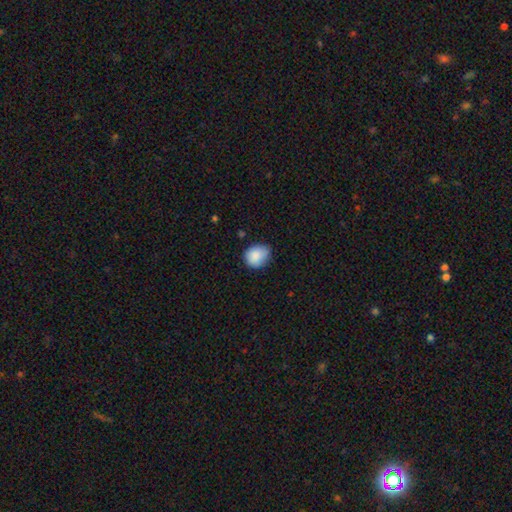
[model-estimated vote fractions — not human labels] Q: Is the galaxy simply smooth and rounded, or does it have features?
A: smooth — 87%.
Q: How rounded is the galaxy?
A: round — 63%.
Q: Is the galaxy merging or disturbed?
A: none — 69%.